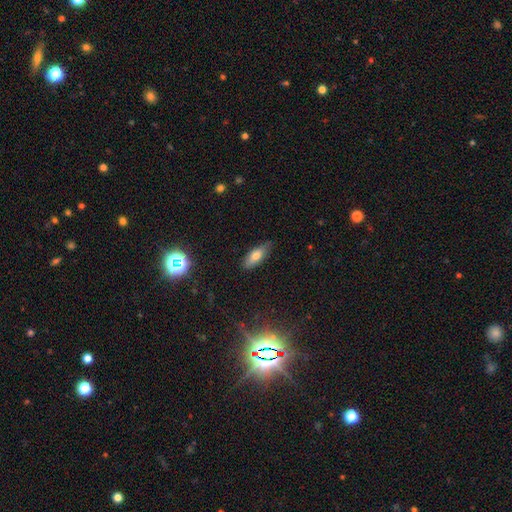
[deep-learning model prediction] smooth 72%, featured or disk 18%, star or artifact 10%. Down the decision tree: how rounded — in between (71%); merging — none (79%).